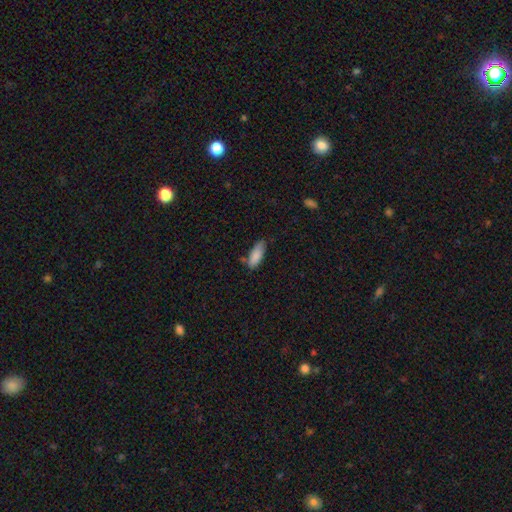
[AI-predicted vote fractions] Q: Smooth or featured?
A: smooth (86%); runner-up: featured or disk (8%)
Q: How rounded?
A: in between (71%); runner-up: cigar-shaped (27%)
Q: Merging?
A: none (64%); runner-up: minor disturbance (26%)